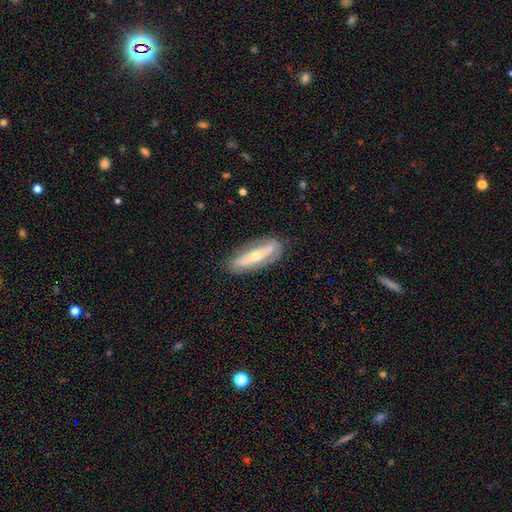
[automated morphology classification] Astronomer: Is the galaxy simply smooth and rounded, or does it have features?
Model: featured or disk — 67%.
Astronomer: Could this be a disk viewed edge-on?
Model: no — 71%.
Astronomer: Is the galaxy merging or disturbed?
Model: none — 79%.